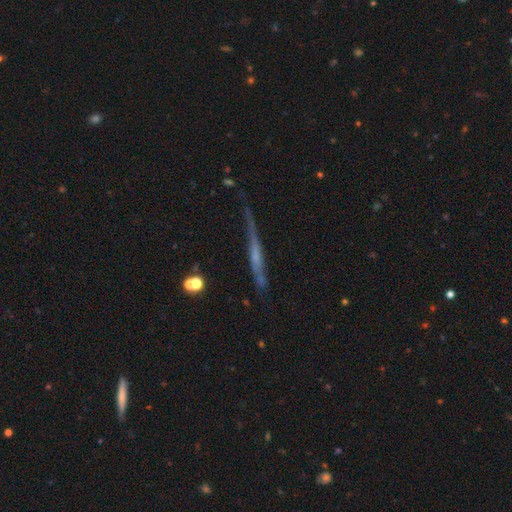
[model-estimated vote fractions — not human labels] Smooth or featured? featured or disk (59%)
Edge-on disk? yes (90%)
Edge-on bulge? none (70%)
Merging? none (58%)